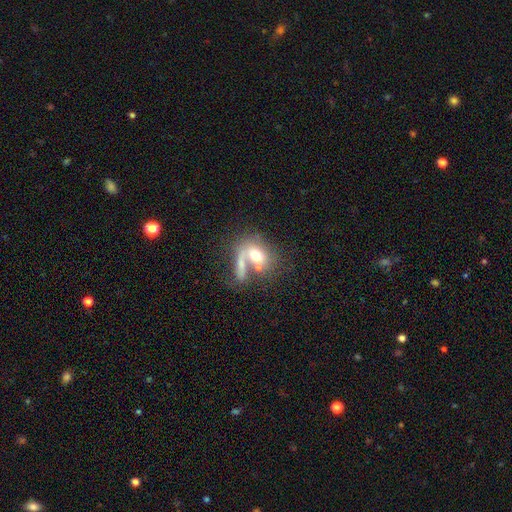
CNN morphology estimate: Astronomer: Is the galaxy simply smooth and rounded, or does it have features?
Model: smooth — 59%.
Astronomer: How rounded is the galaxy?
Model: in between — 61%.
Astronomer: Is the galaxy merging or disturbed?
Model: merger — 48% (runner-up: none, 27%).